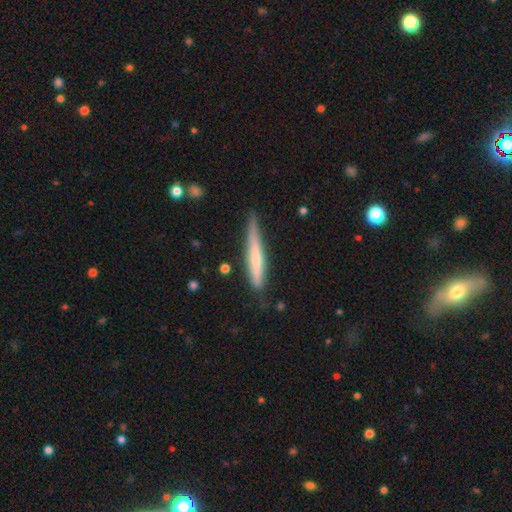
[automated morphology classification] smooth 50%, featured or disk 43%, star or artifact 7%. Down the decision tree: how rounded — cigar-shaped (95%); merging — none (76%).